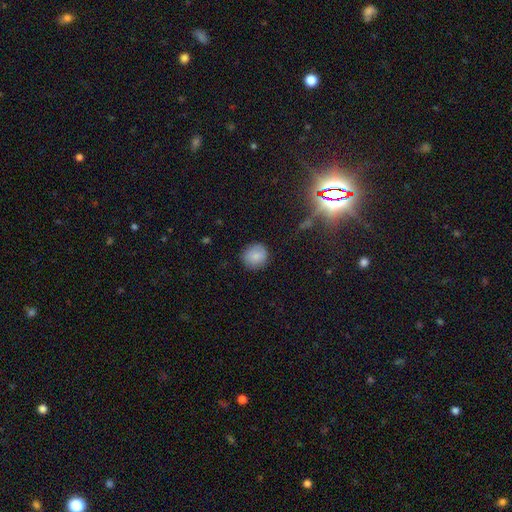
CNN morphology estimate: type=smooth (82%); roundness=round (89%); merging=none (84%).